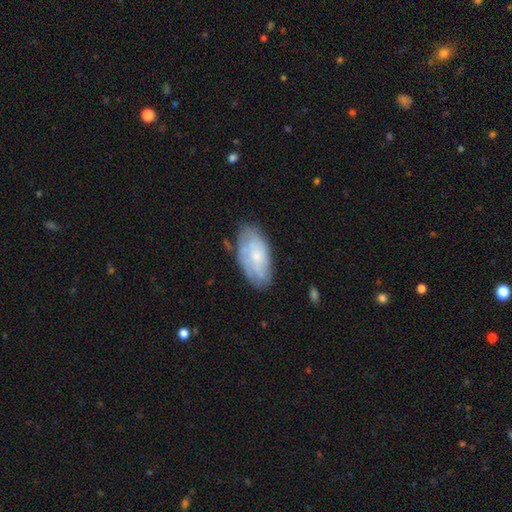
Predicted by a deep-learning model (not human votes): This is possibly a smooth galaxy (47%). Merging: likely none (71%).